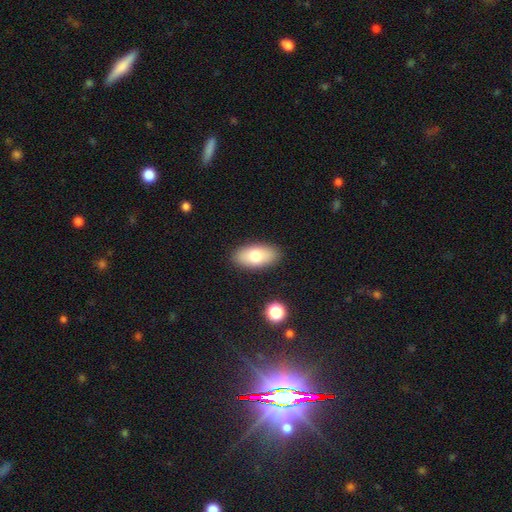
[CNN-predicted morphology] This is likely a smooth galaxy (76%). How rounded: clearly in between (92%). Merging: clearly none (88%).